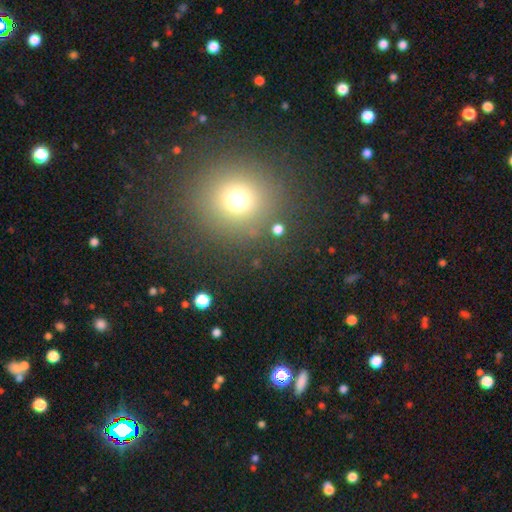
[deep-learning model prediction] This is possibly a smooth galaxy (58%). How rounded: clearly round (91%). Merging: clearly none (89%).